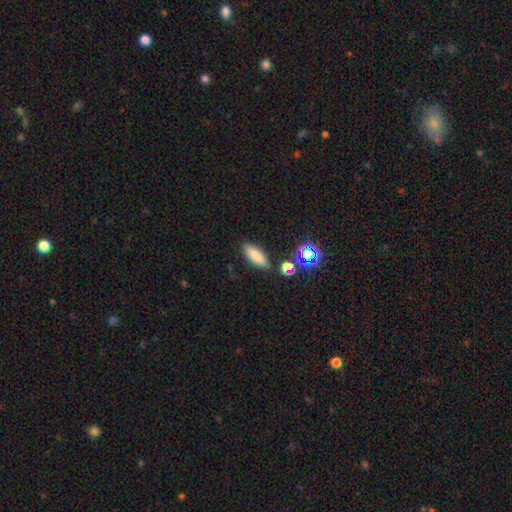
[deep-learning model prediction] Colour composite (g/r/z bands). It shows a smooth galaxy with no disk features (78%) that is in between round and cigar-shaped (65%). Merging: none (82%).